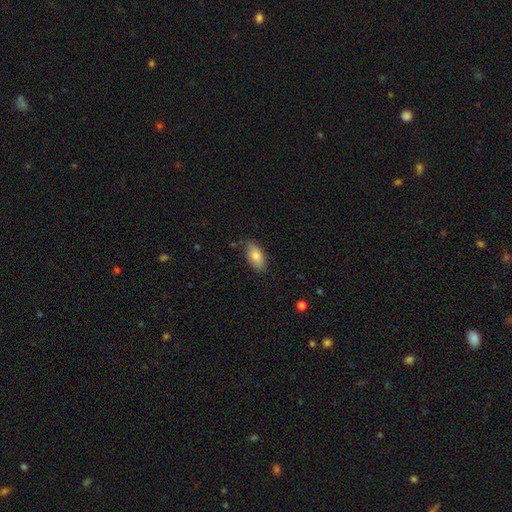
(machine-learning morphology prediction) type=smooth (81%); roundness=in between (91%); merging=none (77%).